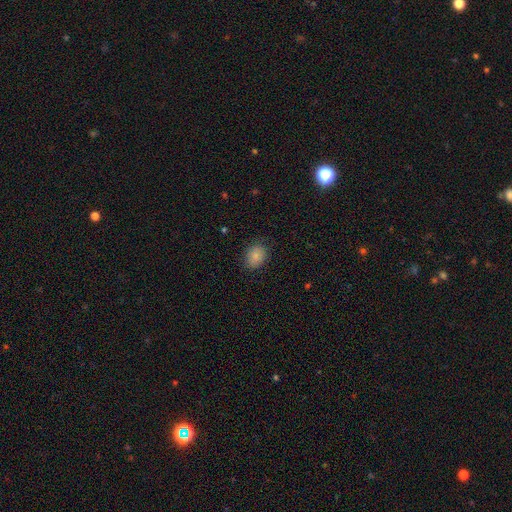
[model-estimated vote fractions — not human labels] smooth_or_featured: smooth (p=0.85) [alt: star or artifact p=0.09]
how_rounded: in between (p=0.56) [alt: round p=0.43]
merging: none (p=0.83) [alt: minor disturbance p=0.13]